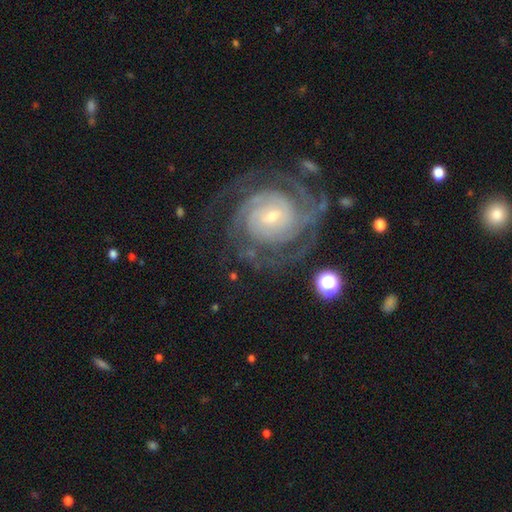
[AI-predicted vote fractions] Overall: featured or disk (87%). Edge-on disk: no (97%). Bar: no (61%; weak 28%). Spiral arms: yes (97%). Spiral arm count: can't tell (27%; 2 26%). Spiral winding: tight (76%). Bulge size: small (67%). Merging: none (75%).